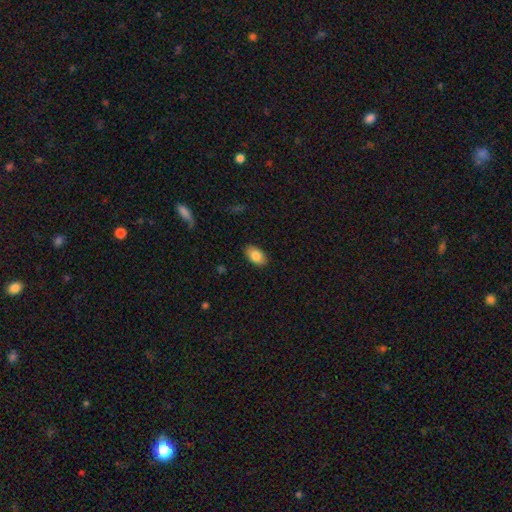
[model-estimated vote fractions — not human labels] Smooth or featured? Predicted: smooth (p=0.84). How rounded? Predicted: in between (p=0.91). Merging? Predicted: none (p=0.88).